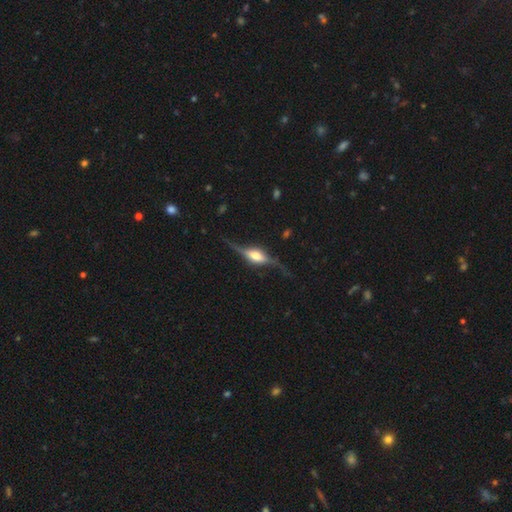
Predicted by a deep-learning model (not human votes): featured or disk 85%, smooth 10%, star or artifact 5%. Down the decision tree: edge-on disk — yes (88%); edge-on bulge — rounded (86%); merging — none (73%).